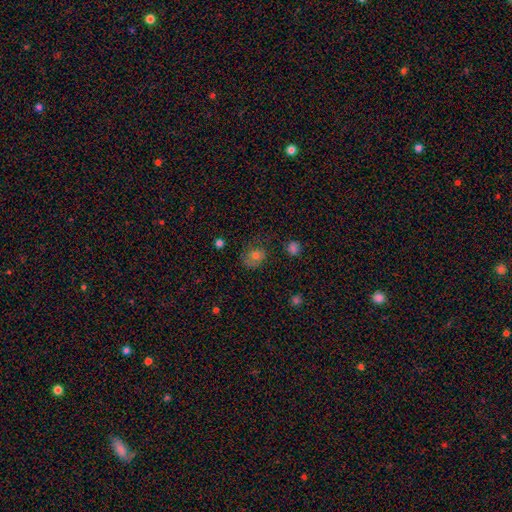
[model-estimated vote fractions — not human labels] Smooth or featured? Predicted: smooth (p=0.63). How rounded? Predicted: round (p=0.60). Merging? Predicted: none (p=0.58).